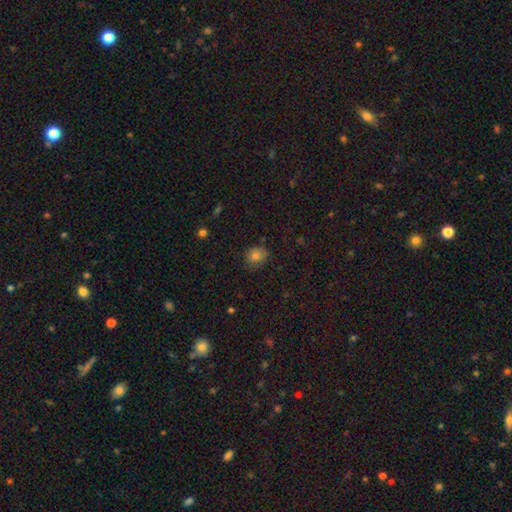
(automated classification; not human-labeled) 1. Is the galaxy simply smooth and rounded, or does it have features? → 78% smooth, 13% star or artifact, 9% featured or disk.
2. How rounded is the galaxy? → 67% round, 32% in between, 1% cigar-shaped.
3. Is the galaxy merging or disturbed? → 76% none, 19% minor disturbance, 4% major disturbance, 1% merger.